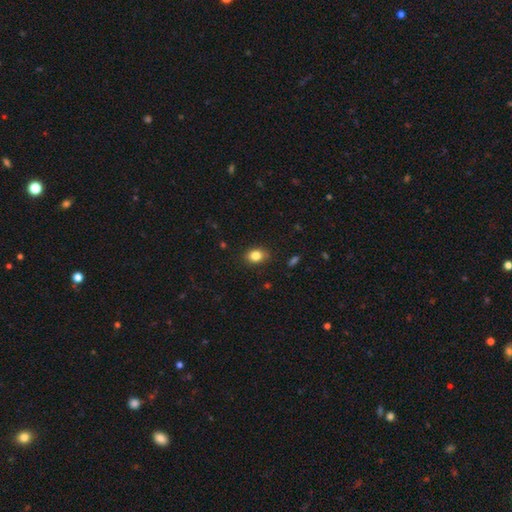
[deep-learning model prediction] Smooth or featured? Predicted: smooth (p=0.84). How rounded? Predicted: in between (p=0.59). Merging? Predicted: none (p=0.85).